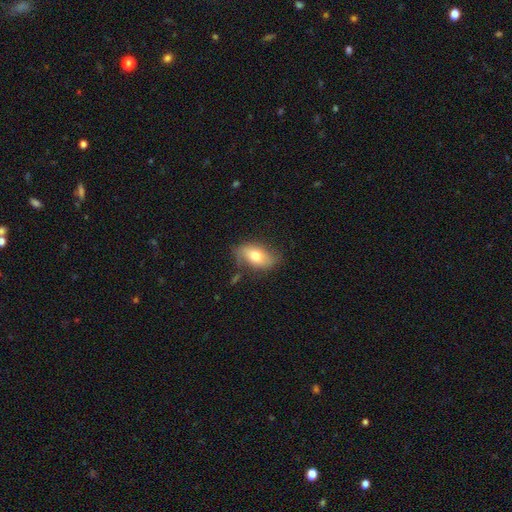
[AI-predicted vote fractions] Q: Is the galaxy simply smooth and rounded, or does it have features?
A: smooth — 68%.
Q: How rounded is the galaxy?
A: in between — 89%.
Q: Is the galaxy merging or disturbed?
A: none — 67%.